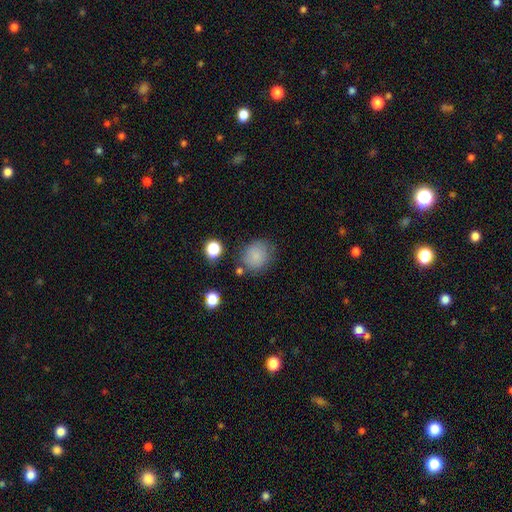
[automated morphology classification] type=smooth (82%); roundness=round (75%); merging=none (71%).